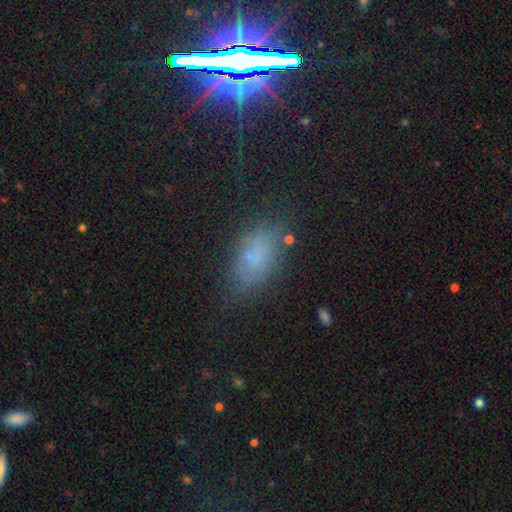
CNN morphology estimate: Smooth or featured: smooth — 66% (star or artifact — 19%)
How rounded: in between — 88% (cigar-shaped — 7%)
Merging: none — 62% (minor disturbance — 23%)